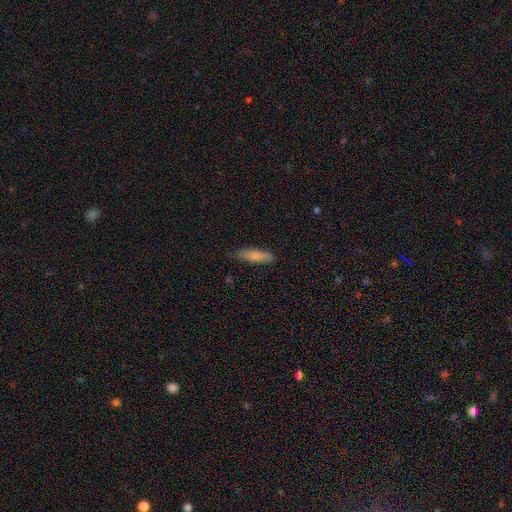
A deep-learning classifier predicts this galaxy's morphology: smooth_or_featured: smooth (p=0.80) [alt: featured or disk p=0.14]
how_rounded: cigar-shaped (p=0.66) [alt: in between p=0.33]
merging: none (p=0.80) [alt: minor disturbance p=0.16]